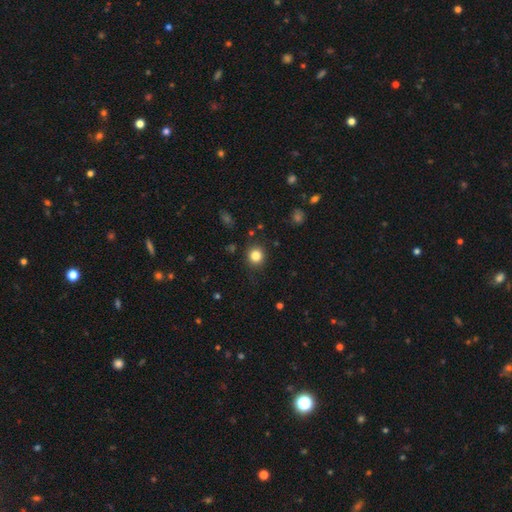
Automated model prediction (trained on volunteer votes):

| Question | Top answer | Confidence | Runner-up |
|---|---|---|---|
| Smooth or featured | smooth | 83% | star or artifact (12%) |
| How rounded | round | 89% | in between (10%) |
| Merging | none | 88% | minor disturbance (8%) |